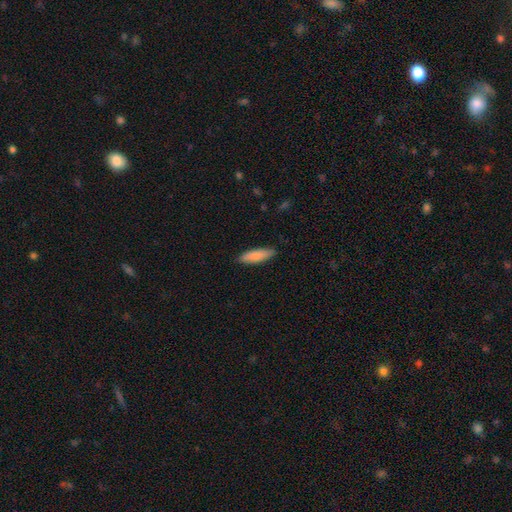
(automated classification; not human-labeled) This appears to be a smooth galaxy with no disk features (85%) that is cigar-shaped (56%). Merging: none (87%).